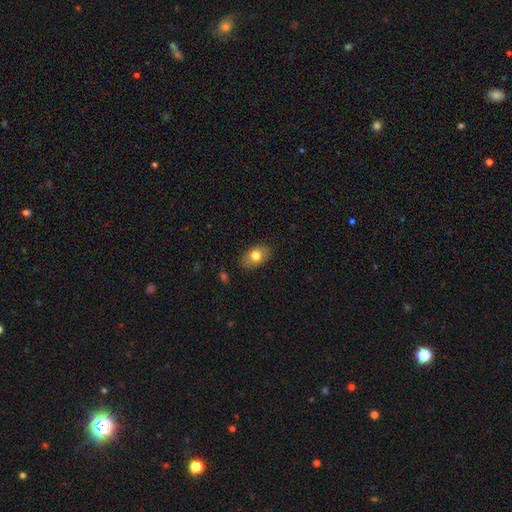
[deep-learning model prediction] smooth-or-featured: smooth: 78% | featured or disk: 14% | star or artifact: 8%
  how-rounded: in between: 84% | round: 15% | cigar-shaped: 2%
  merging: none: 85% | minor disturbance: 11% | major disturbance: 3% | merger: 1%